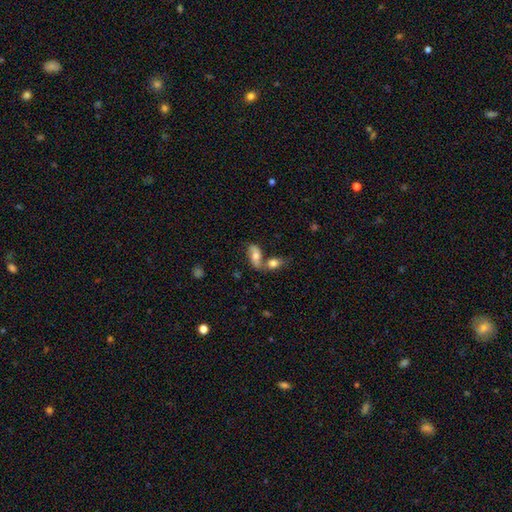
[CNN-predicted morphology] Q: Smooth or featured?
A: smooth (53%); runner-up: featured or disk (39%)
Q: How rounded?
A: in between (84%); runner-up: cigar-shaped (10%)
Q: Merging?
A: merger (47%); runner-up: none (36%)